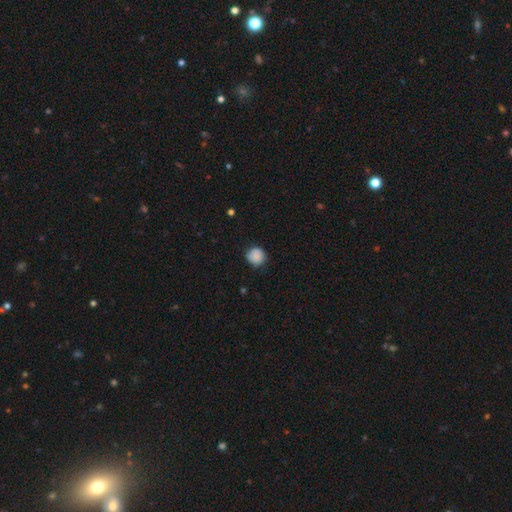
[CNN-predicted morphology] smooth_or_featured: smooth (p=0.88) [alt: star or artifact p=0.08]
how_rounded: round (p=0.91) [alt: in between p=0.08]
merging: none (p=0.83) [alt: minor disturbance p=0.13]